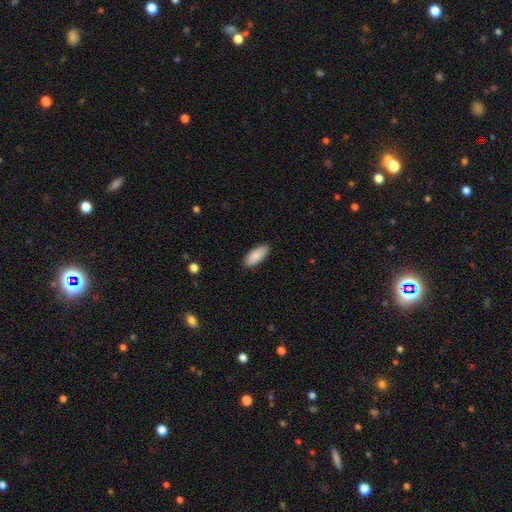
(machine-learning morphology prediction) smooth-or-featured: smooth: 88% | featured or disk: 6% | star or artifact: 6%
  how-rounded: in between: 85% | cigar-shaped: 13% | round: 2%
  merging: none: 88% | minor disturbance: 9% | major disturbance: 2% | merger: 1%